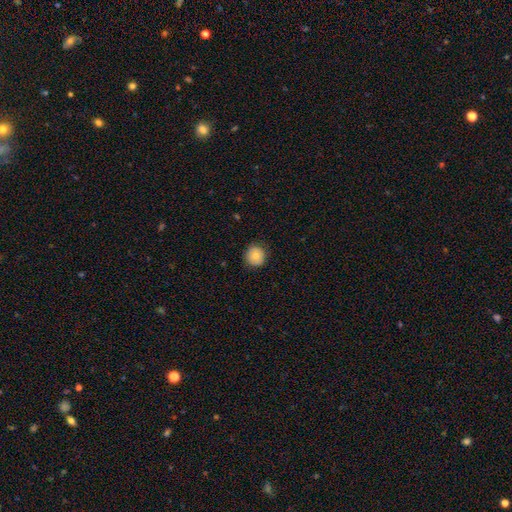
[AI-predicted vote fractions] Smooth or featured?
  - smooth: 78% *
  - featured or disk: 13%
  - star or artifact: 9%
How rounded?
  - round: 92% *
  - in between: 7%
  - cigar-shaped: 1%
Merging?
  - none: 87% *
  - minor disturbance: 10%
  - major disturbance: 2%
  - merger: 1%